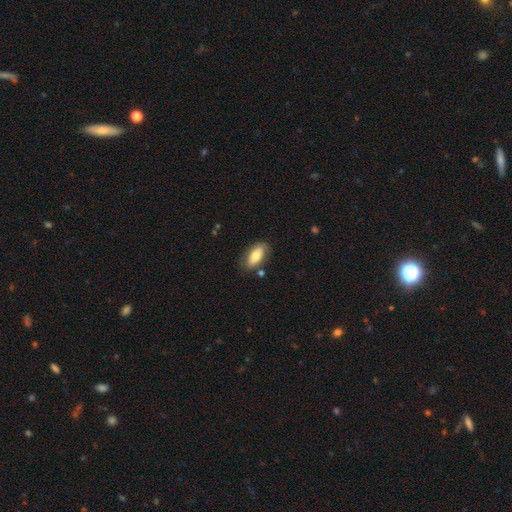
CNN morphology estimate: Smooth or featured? smooth (75%)
How rounded? in between (89%)
Merging? none (77%)